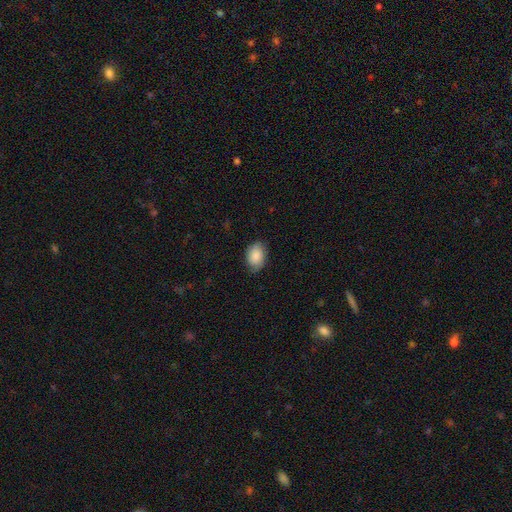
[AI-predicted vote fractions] smooth-or-featured: smooth: 86% | featured or disk: 8% | star or artifact: 7%
  how-rounded: in between: 84% | round: 15% | cigar-shaped: 1%
  merging: none: 77% | minor disturbance: 18% | major disturbance: 3% | merger: 1%